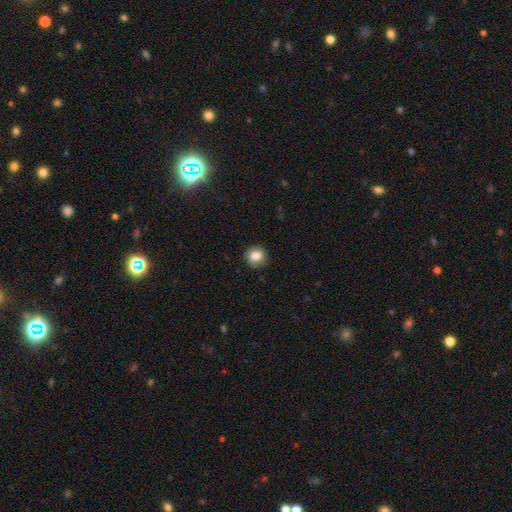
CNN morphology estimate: smooth_or_featured: smooth (p=0.80) [alt: featured or disk p=0.11]
how_rounded: round (p=0.80) [alt: in between p=0.19]
merging: none (p=0.83) [alt: minor disturbance p=0.13]